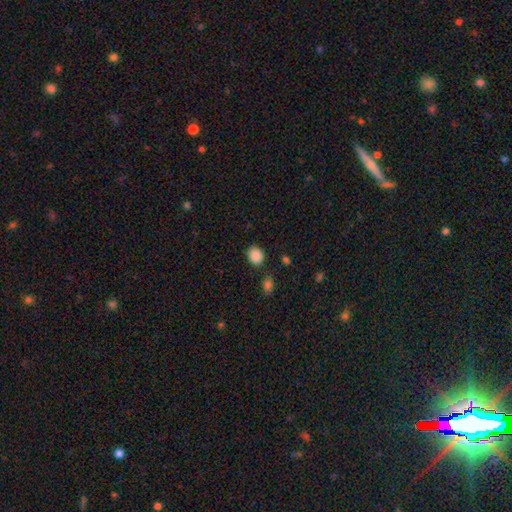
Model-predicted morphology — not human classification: The model was most divided on "how rounded": round: 63%, in between: 36%, cigar-shaped: 1%. More confident: smooth or featured — smooth (88%); merging — none (80%).